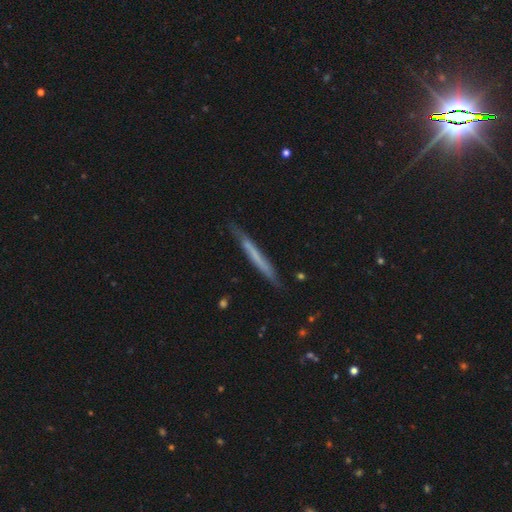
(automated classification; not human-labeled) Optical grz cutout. It shows a smooth galaxy with no disk features (48%). Merging: none (81%).